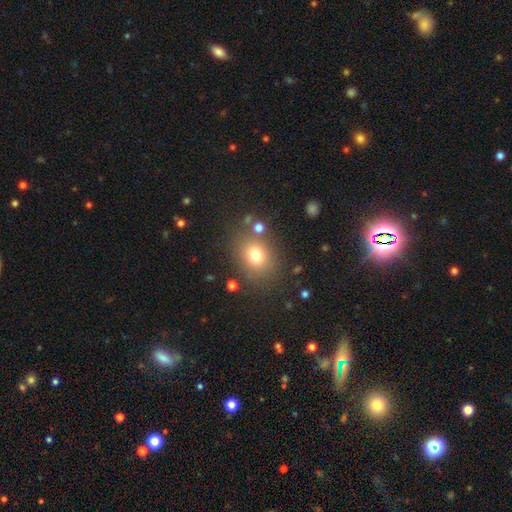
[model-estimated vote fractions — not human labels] Smooth or featured?
  - smooth: 74% *
  - star or artifact: 15%
  - featured or disk: 10%
How rounded?
  - round: 61% *
  - in between: 38%
  - cigar-shaped: 1%
Merging?
  - none: 79% *
  - minor disturbance: 11%
  - merger: 5%
  - major disturbance: 5%